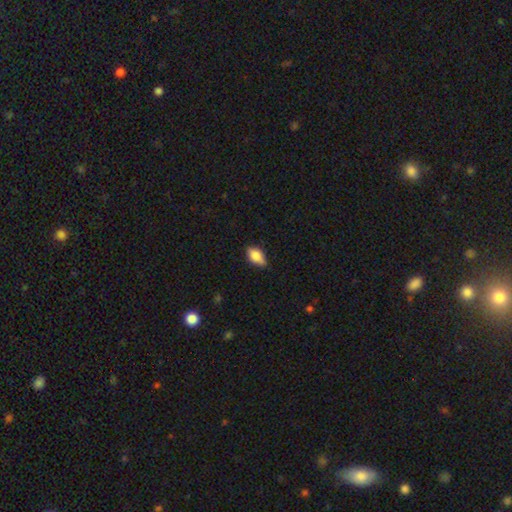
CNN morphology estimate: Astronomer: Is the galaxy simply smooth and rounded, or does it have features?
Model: smooth — 75%.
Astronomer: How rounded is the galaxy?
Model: in between — 88%.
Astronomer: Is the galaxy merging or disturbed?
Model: none — 72%.